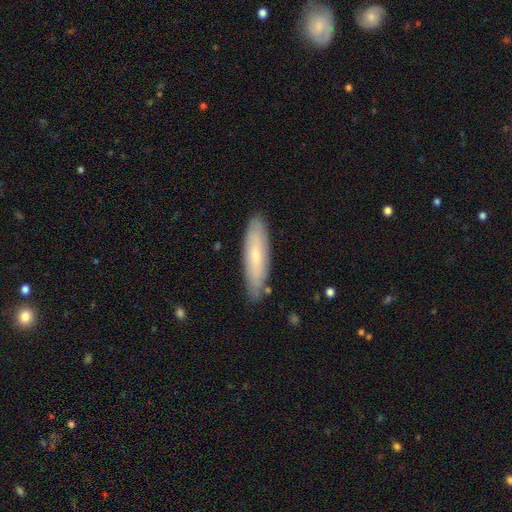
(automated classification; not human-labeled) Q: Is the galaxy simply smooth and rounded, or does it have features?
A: smooth — 64%.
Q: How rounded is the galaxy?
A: cigar-shaped — 67%.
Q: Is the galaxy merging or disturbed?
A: none — 83%.